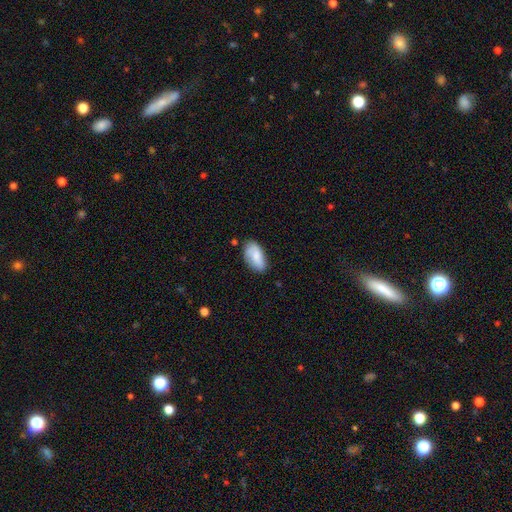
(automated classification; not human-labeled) This is likely a smooth galaxy (77%). How rounded: clearly in between (93%). Merging: likely none (70%).